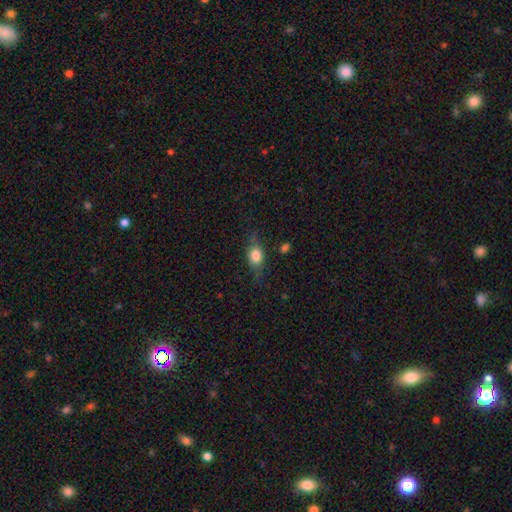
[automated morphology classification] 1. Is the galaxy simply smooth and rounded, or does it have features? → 67% smooth, 24% featured or disk, 9% star or artifact.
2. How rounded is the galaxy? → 62% in between, 28% round, 10% cigar-shaped.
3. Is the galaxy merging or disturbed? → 70% none, 21% minor disturbance, 7% major disturbance, 2% merger.